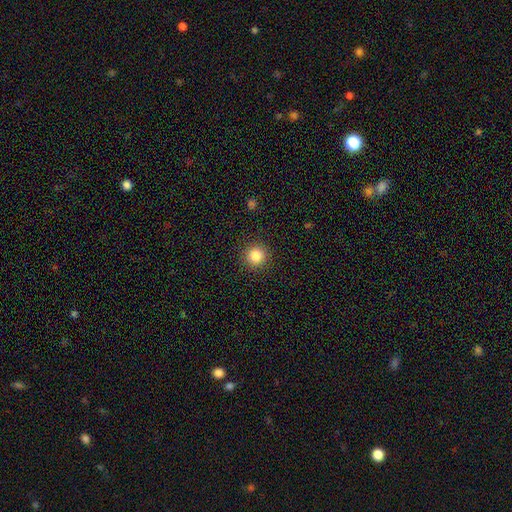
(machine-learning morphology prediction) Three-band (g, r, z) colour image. It shows a smooth galaxy with no disk features (85%) that is round (95%). Merging: none (91%).